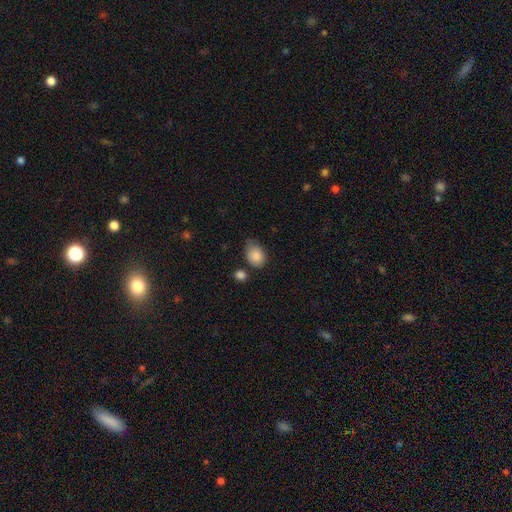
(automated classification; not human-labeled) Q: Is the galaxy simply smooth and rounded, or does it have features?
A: smooth — 86%.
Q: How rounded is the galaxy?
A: in between — 76%.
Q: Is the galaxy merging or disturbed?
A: none — 53%.